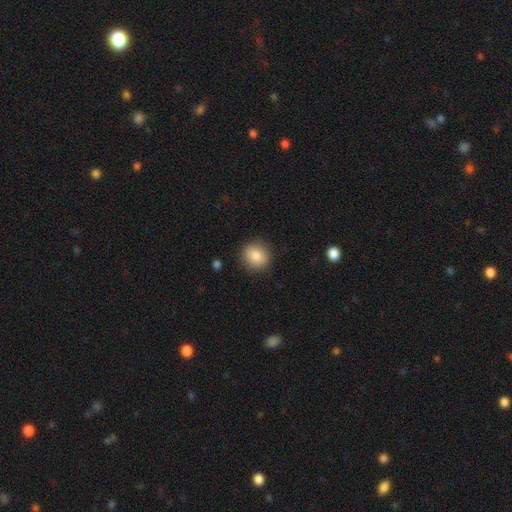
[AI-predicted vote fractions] Smooth or featured? Predicted: smooth (p=0.84). How rounded? Predicted: round (p=0.82). Merging? Predicted: none (p=0.87).